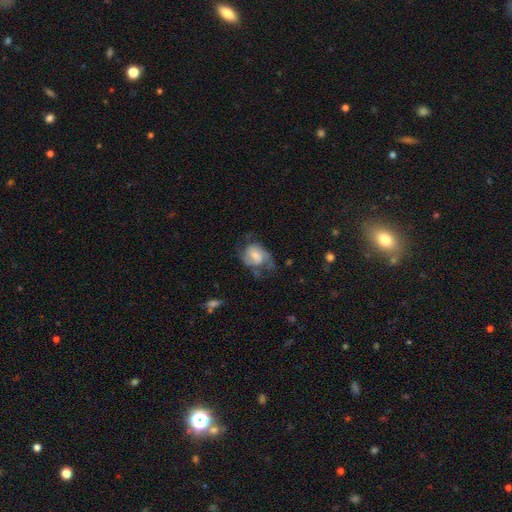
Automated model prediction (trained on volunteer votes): Q: Smooth or featured?
A: featured or disk (51%); runner-up: smooth (41%)
Q: Edge-on disk?
A: no (96%); runner-up: yes (4%)
Q: Merging?
A: none (38%); runner-up: major disturbance (31%)